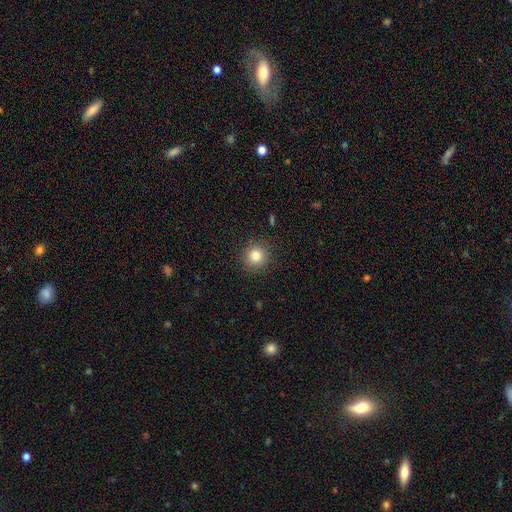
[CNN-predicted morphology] The model was most divided on "smooth or featured": smooth: 82%, star or artifact: 12%, featured or disk: 7%. More confident: how rounded — round (93%); merging — none (90%).